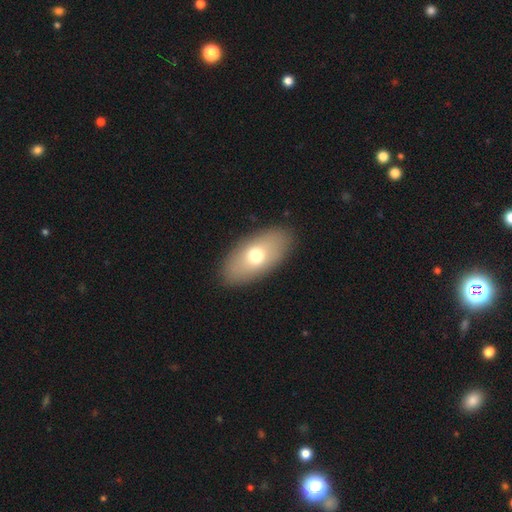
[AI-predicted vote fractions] smooth-or-featured: smooth: 68% | featured or disk: 24% | star or artifact: 8%
  how-rounded: in between: 90% | round: 5% | cigar-shaped: 5%
  merging: none: 88% | minor disturbance: 8% | major disturbance: 3% | merger: 1%